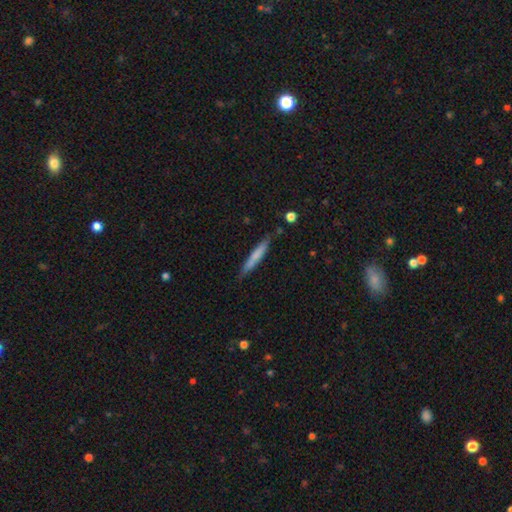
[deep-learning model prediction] Smooth or featured?
  - smooth: 67% *
  - featured or disk: 28%
  - star or artifact: 5%
How rounded?
  - cigar-shaped: 95% *
  - in between: 4%
  - round: 1%
Merging?
  - none: 83% *
  - minor disturbance: 12%
  - merger: 2%
  - major disturbance: 2%